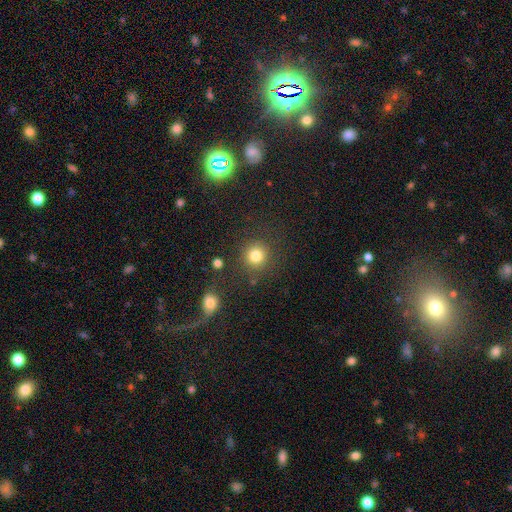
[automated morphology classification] The model was most divided on "smooth or featured": smooth: 82%, star or artifact: 13%, featured or disk: 6%. More confident: how rounded — round (92%); merging — none (83%).